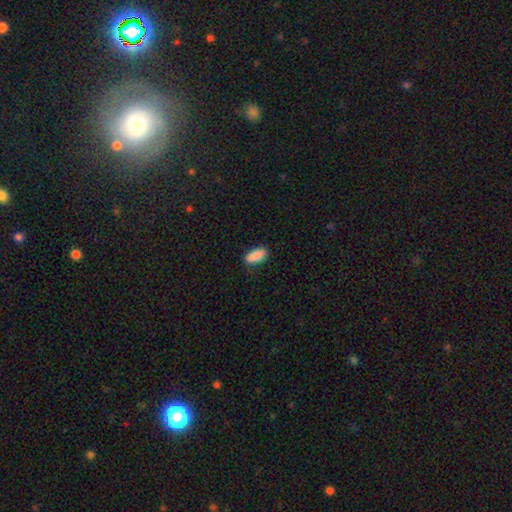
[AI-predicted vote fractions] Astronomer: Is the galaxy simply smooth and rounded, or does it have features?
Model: smooth — 90%.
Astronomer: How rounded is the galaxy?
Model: in between — 88%.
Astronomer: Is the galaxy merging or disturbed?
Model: none — 85%.